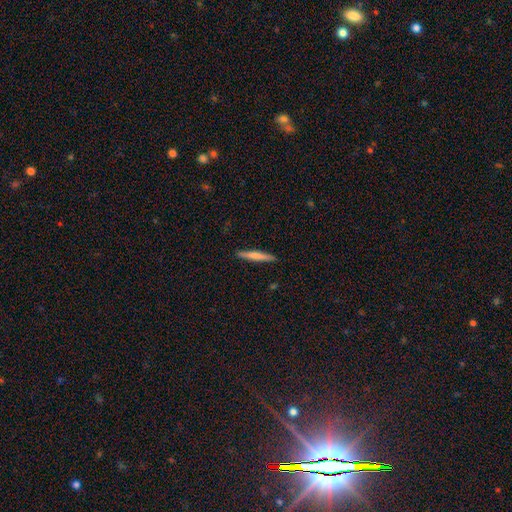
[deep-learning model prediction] A smooth galaxy with no disk features (64%) that is cigar-shaped (95%).

Vote fractions:
- Smooth or featured? smooth: 64% / featured or disk: 30% / star or artifact: 5%
- How rounded? cigar-shaped: 95% / in between: 4% / round: 1%
- Merging? none: 91% / minor disturbance: 7% / major disturbance: 1% / merger: 1%